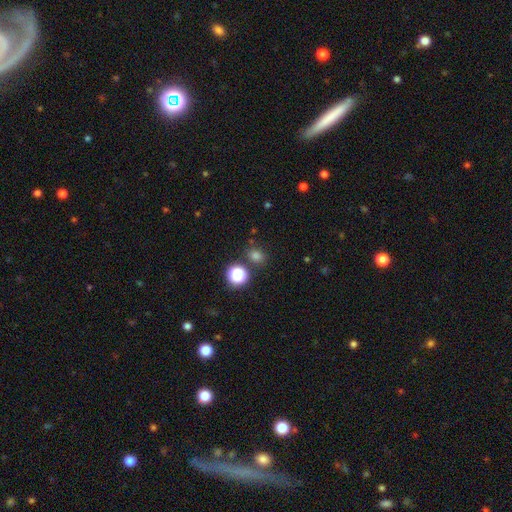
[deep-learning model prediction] A smooth galaxy with no disk features (73%) that is round (63%). Merging: none (79%).